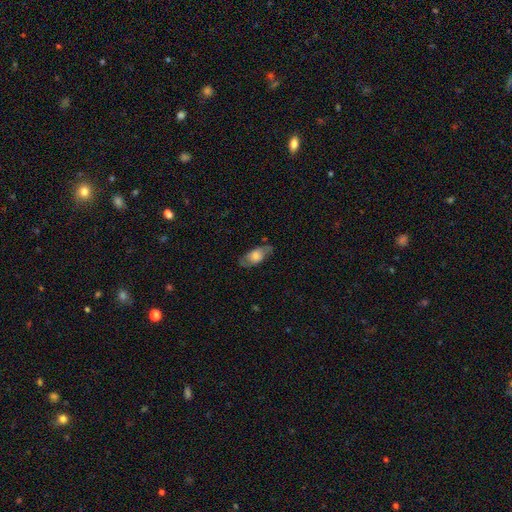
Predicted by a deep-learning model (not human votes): smooth-or-featured: smooth: 55% | featured or disk: 37% | star or artifact: 7%
  how-rounded: in between: 84% | cigar-shaped: 11% | round: 5%
  merging: none: 67% | minor disturbance: 22% | major disturbance: 9% | merger: 2%